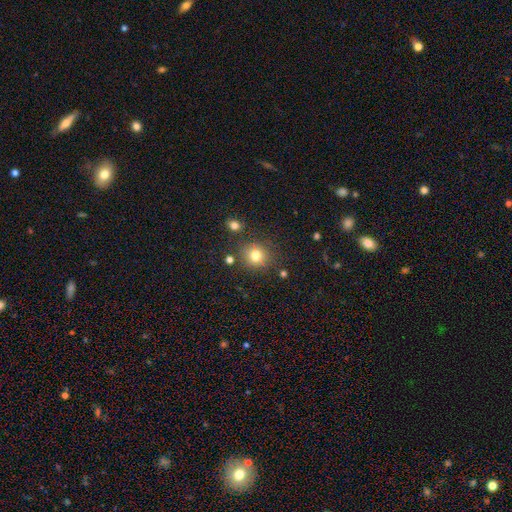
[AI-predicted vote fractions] This is likely a smooth galaxy (77%). How rounded: clearly round (85%). Merging: clearly none (81%).